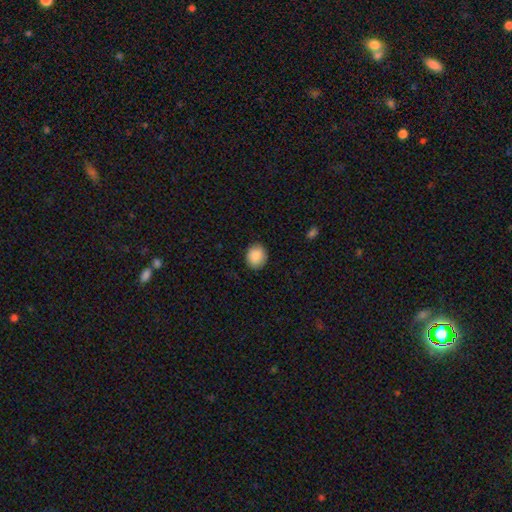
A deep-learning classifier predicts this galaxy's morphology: Q: Smooth or featured?
A: smooth (89%); runner-up: star or artifact (7%)
Q: How rounded?
A: round (63%); runner-up: in between (36%)
Q: Merging?
A: none (86%); runner-up: minor disturbance (11%)